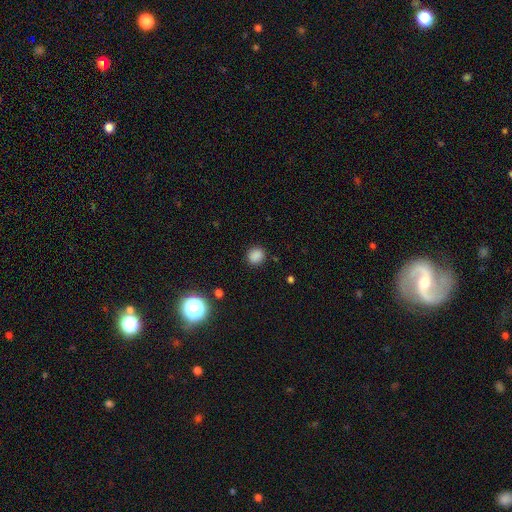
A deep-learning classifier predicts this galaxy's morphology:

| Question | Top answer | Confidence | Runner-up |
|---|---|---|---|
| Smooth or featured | smooth | 84% | star or artifact (12%) |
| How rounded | round | 80% | in between (19%) |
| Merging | none | 87% | minor disturbance (9%) |